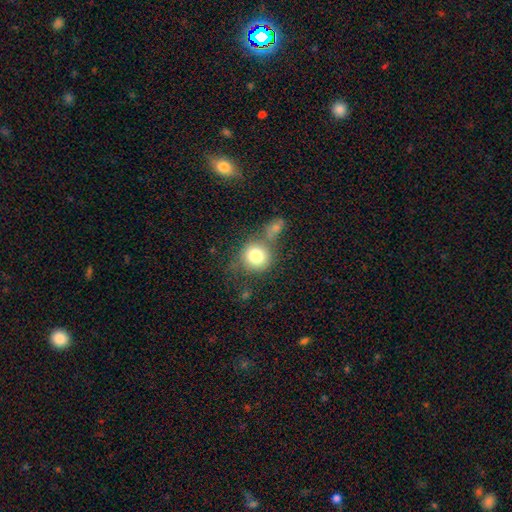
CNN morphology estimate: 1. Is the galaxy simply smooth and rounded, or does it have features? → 79% smooth, 12% featured or disk, 10% star or artifact.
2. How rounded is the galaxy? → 89% round, 10% in between, 1% cigar-shaped.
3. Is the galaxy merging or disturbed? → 54% none, 25% merger, 14% minor disturbance, 8% major disturbance.